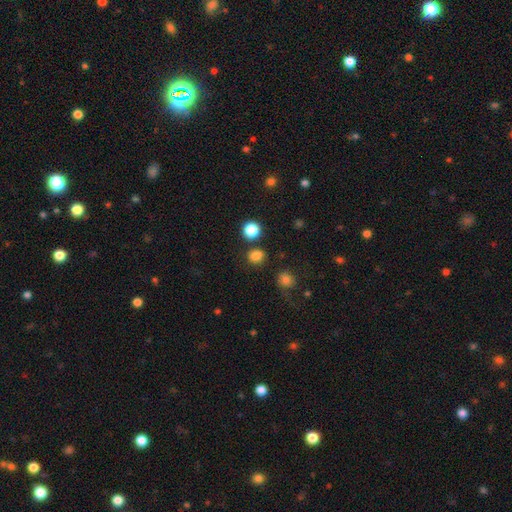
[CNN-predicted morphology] Smooth or featured?
  - smooth: 81% *
  - star or artifact: 15%
  - featured or disk: 4%
How rounded?
  - round: 83% *
  - in between: 16%
  - cigar-shaped: 1%
Merging?
  - none: 81% *
  - minor disturbance: 9%
  - merger: 7%
  - major disturbance: 3%